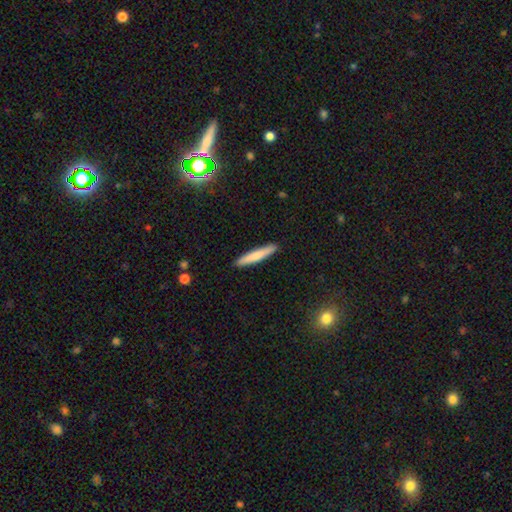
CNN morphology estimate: Smooth or featured?
  - smooth: 74% *
  - featured or disk: 21%
  - star or artifact: 5%
How rounded?
  - cigar-shaped: 94% *
  - in between: 5%
  - round: 1%
Merging?
  - none: 91% *
  - minor disturbance: 6%
  - major disturbance: 1%
  - merger: 1%